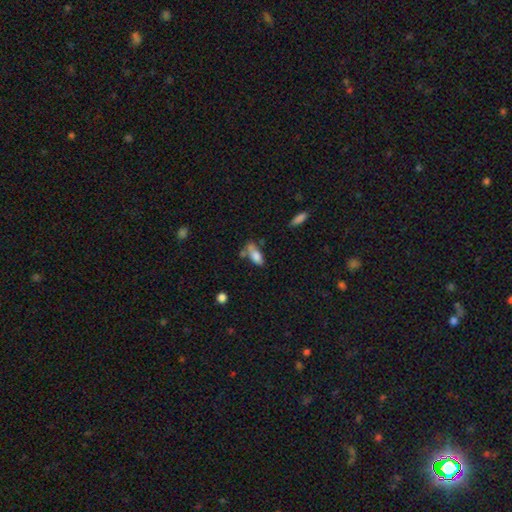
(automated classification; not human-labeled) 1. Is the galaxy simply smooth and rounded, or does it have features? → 77% smooth, 14% featured or disk, 9% star or artifact.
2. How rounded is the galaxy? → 80% in between, 17% cigar-shaped, 3% round.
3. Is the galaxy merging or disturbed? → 38% none, 27% merger, 23% minor disturbance, 11% major disturbance.